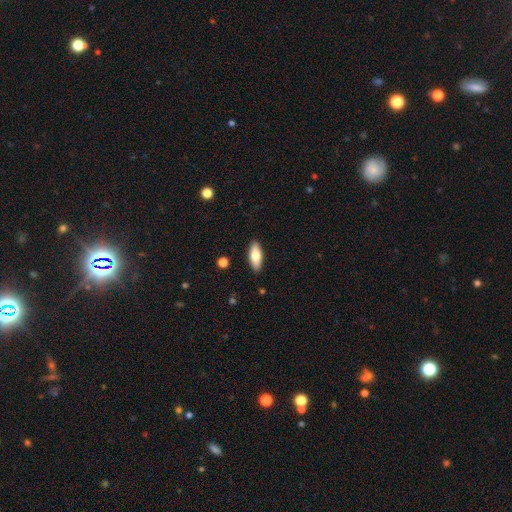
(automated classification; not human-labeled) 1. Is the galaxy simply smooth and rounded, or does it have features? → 74% smooth, 20% featured or disk, 6% star or artifact.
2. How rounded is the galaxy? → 75% in between, 23% cigar-shaped, 2% round.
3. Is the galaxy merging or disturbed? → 89% none, 8% minor disturbance, 2% major disturbance, 1% merger.